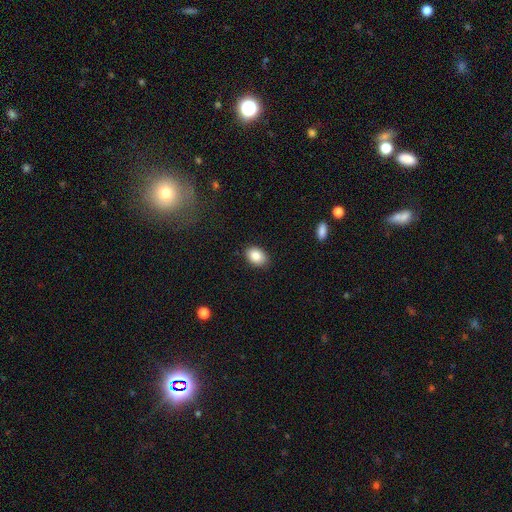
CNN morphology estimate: smooth-or-featured: smooth: 86% | star or artifact: 8% | featured or disk: 6%
  how-rounded: in between: 80% | round: 19% | cigar-shaped: 1%
  merging: none: 87% | minor disturbance: 10% | major disturbance: 2% | merger: 1%